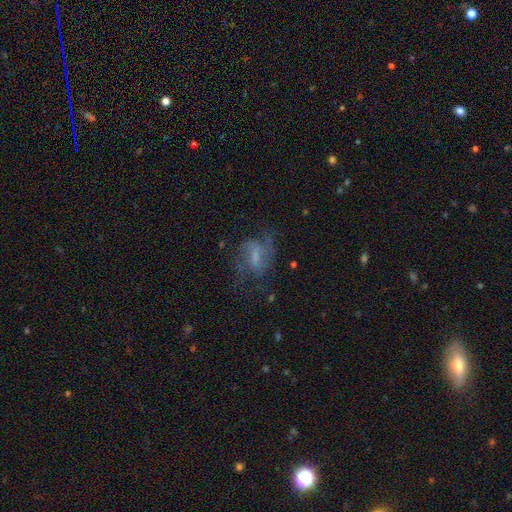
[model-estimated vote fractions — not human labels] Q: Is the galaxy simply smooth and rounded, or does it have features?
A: featured or disk — 68%.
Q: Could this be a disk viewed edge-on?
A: no — 96%.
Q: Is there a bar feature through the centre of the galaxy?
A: weak — 53%.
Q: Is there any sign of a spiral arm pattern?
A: yes — 84%.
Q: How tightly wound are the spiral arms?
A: medium — 48%.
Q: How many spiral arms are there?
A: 2 — 65%.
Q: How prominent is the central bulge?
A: small — 40%.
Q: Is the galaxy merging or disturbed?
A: none — 52%.